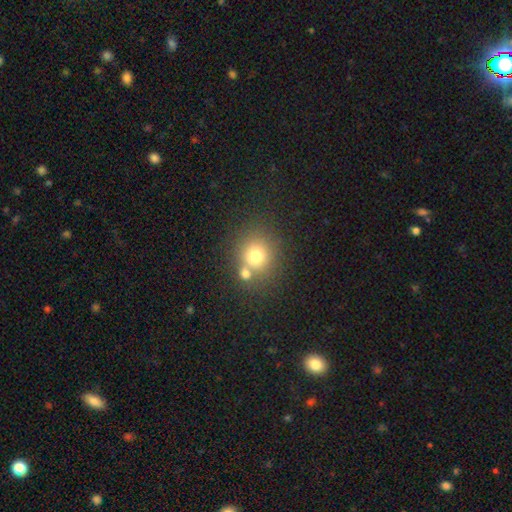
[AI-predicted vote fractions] This appears to be a smooth galaxy with no disk features (73%) that is round (84%). Merging: none (59%).